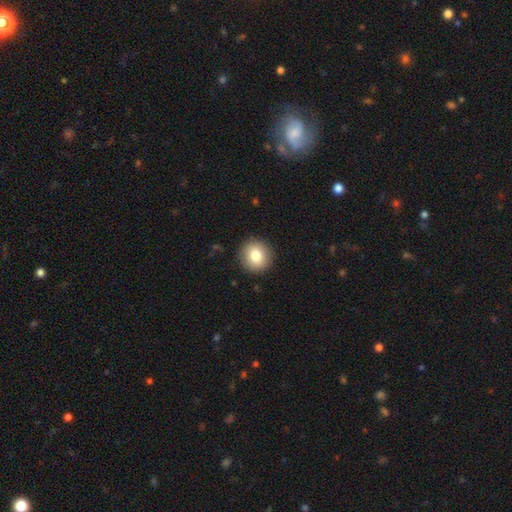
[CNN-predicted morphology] Q: Smooth or featured?
A: smooth (81%); runner-up: featured or disk (10%)
Q: How rounded?
A: round (93%); runner-up: in between (6%)
Q: Merging?
A: none (91%); runner-up: minor disturbance (6%)